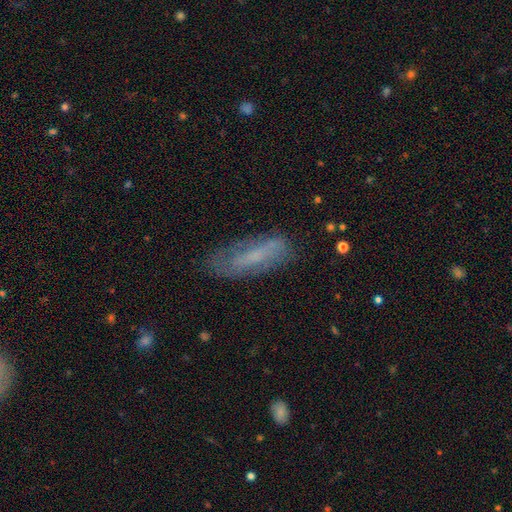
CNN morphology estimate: Overall: featured or disk (46%; smooth 44%). Merging: none (71%).